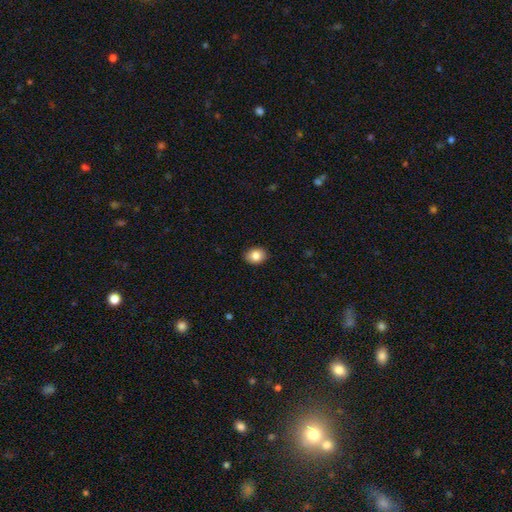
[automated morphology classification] Smooth or featured?
  - smooth: 85% *
  - star or artifact: 8%
  - featured or disk: 7%
How rounded?
  - in between: 61% *
  - round: 38%
  - cigar-shaped: 1%
Merging?
  - none: 90% *
  - minor disturbance: 7%
  - major disturbance: 2%
  - merger: 1%